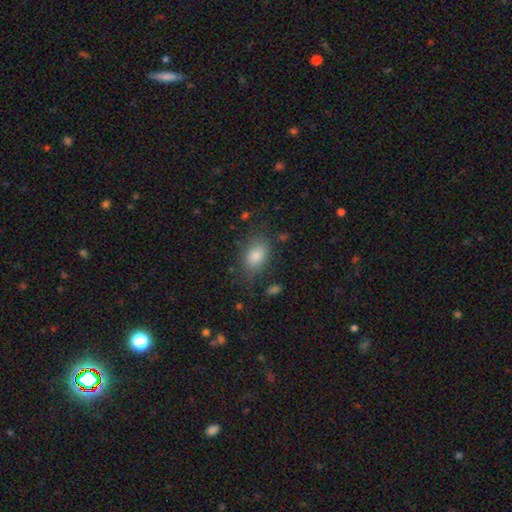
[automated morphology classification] smooth_or_featured: smooth (p=0.82) [alt: star or artifact p=0.09]
how_rounded: in between (p=0.86) [alt: round p=0.12]
merging: none (p=0.76) [alt: minor disturbance p=0.16]